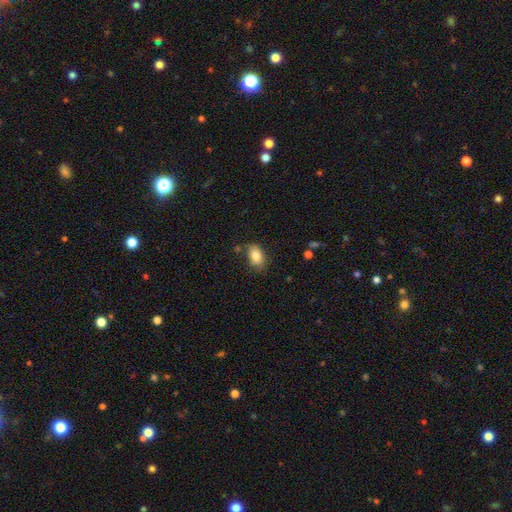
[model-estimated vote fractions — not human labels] smooth-or-featured: smooth: 82% | featured or disk: 10% | star or artifact: 8%
  how-rounded: in between: 86% | round: 12% | cigar-shaped: 2%
  merging: none: 75% | minor disturbance: 18% | major disturbance: 4% | merger: 3%